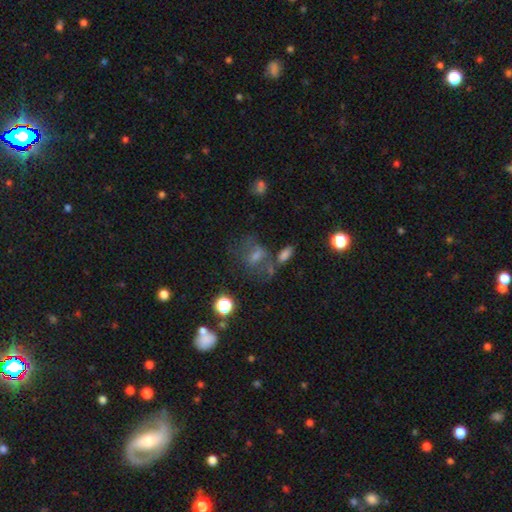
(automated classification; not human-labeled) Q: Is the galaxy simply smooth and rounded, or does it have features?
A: smooth — 47%.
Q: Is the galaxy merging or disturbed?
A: none — 44%.